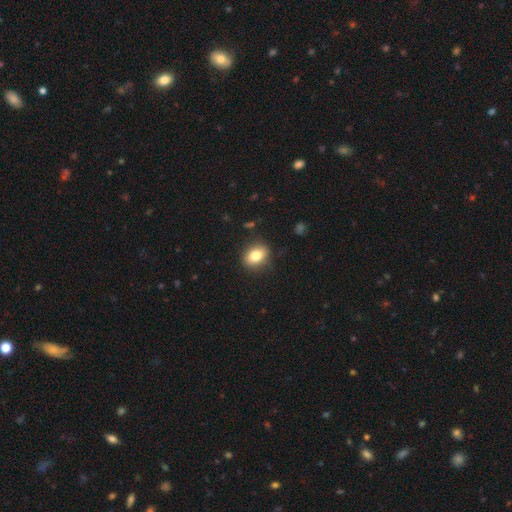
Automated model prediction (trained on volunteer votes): Overall: smooth (80%). How rounded: in between (62%; round 36%). Merging: none (86%).